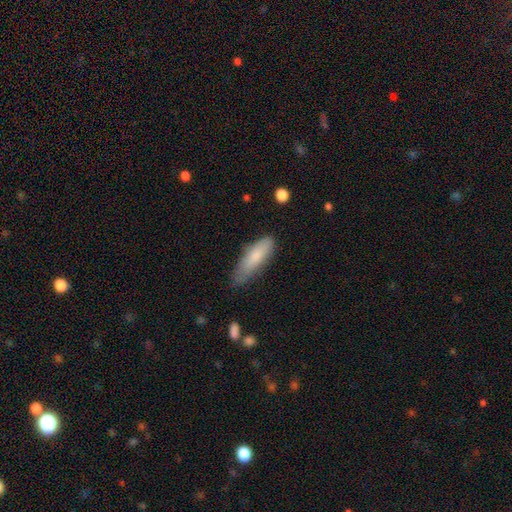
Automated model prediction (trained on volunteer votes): Q: Smooth or featured?
A: smooth (81%); runner-up: featured or disk (13%)
Q: How rounded?
A: cigar-shaped (51%); runner-up: in between (47%)
Q: Merging?
A: none (57%); runner-up: minor disturbance (34%)